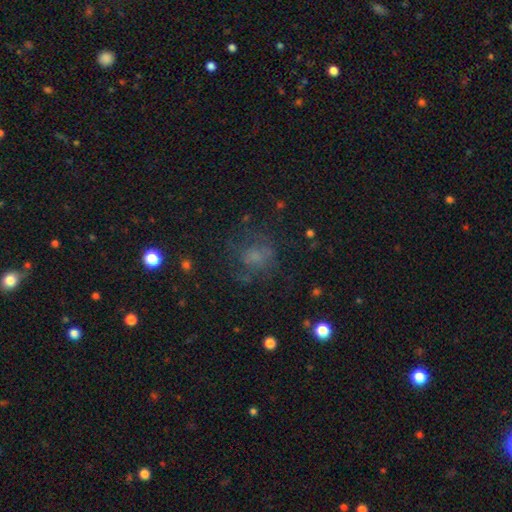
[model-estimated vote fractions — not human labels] A smooth galaxy with no disk features (46%). Merging: none (58%).